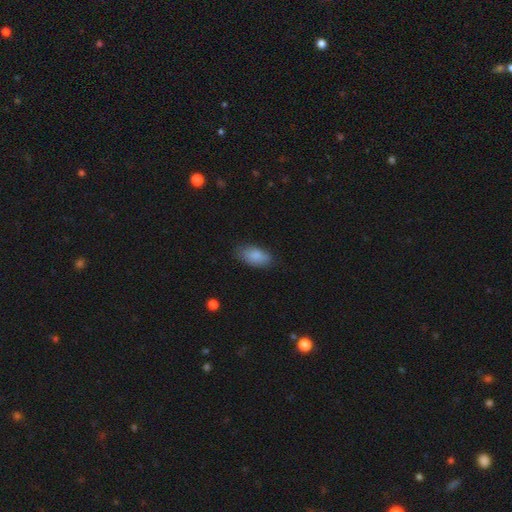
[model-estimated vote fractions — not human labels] smooth_or_featured: smooth (p=0.85) [alt: featured or disk p=0.08]
how_rounded: in between (p=0.92) [alt: cigar-shaped p=0.04]
merging: none (p=0.77) [alt: minor disturbance p=0.18]